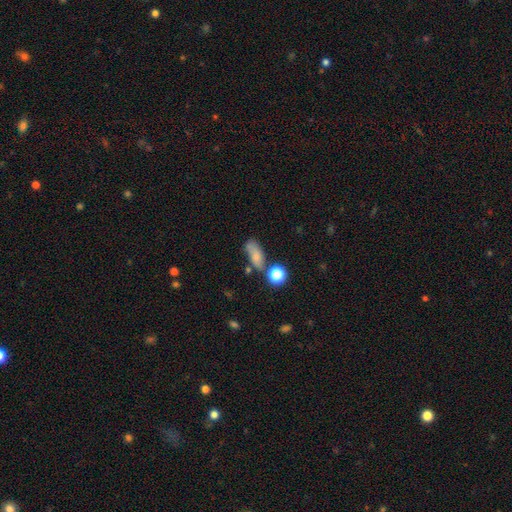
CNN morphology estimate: Smooth or featured? Predicted: smooth (p=0.72). How rounded? Predicted: in between (p=0.69). Merging? Predicted: none (p=0.47).